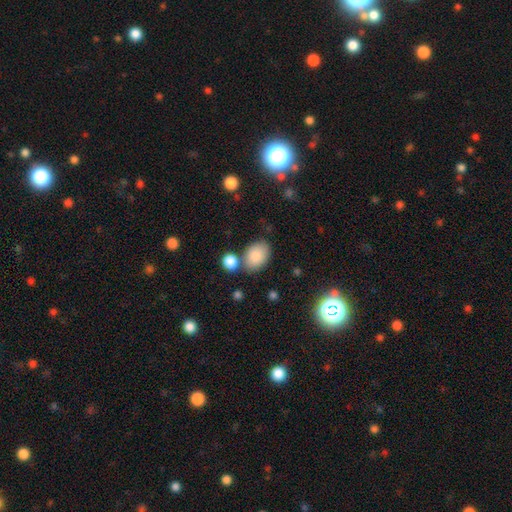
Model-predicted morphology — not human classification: Smooth or featured: smooth — 85% (star or artifact — 8%)
How rounded: in between — 83% (round — 16%)
Merging: none — 68% (merger — 14%)